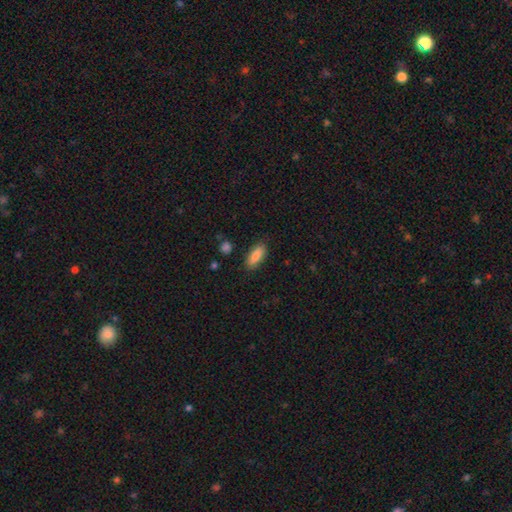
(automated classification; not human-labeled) Smooth or featured? Predicted: smooth (p=0.86). How rounded? Predicted: in between (p=0.76). Merging? Predicted: none (p=0.85).